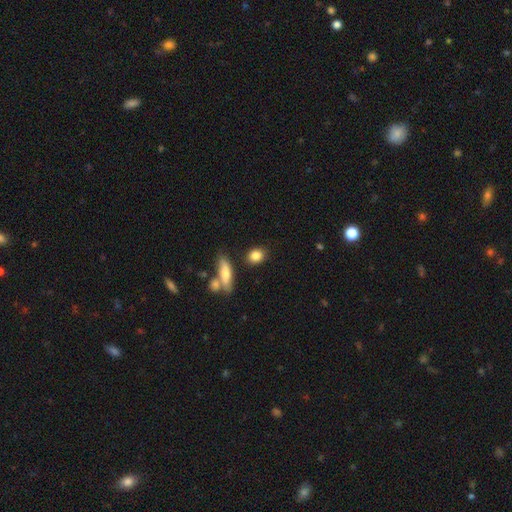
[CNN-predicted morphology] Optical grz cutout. It shows a smooth galaxy with no disk features (84%) that is round (51%). Merging: none (79%).